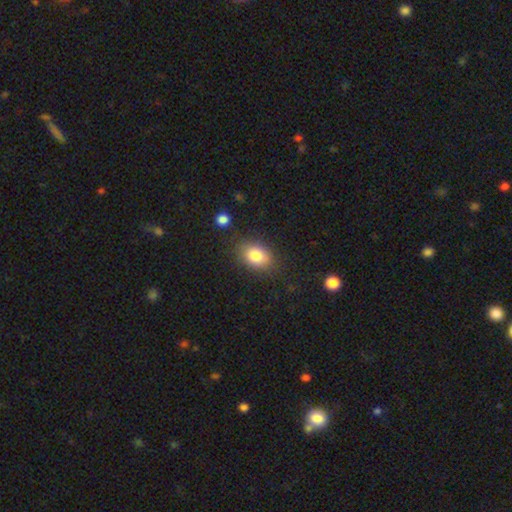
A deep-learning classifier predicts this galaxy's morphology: A smooth galaxy with no disk features (82%) that is in between round and cigar-shaped (71%). Merging: none (80%).